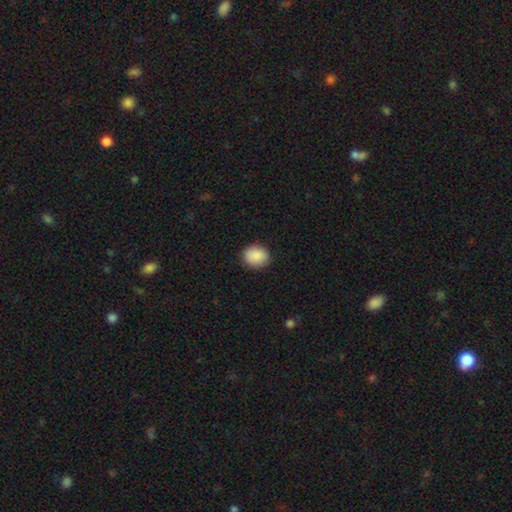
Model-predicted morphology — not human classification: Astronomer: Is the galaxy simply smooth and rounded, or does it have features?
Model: smooth — 89%.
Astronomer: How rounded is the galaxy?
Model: round — 67%.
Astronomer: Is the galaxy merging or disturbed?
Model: none — 89%.